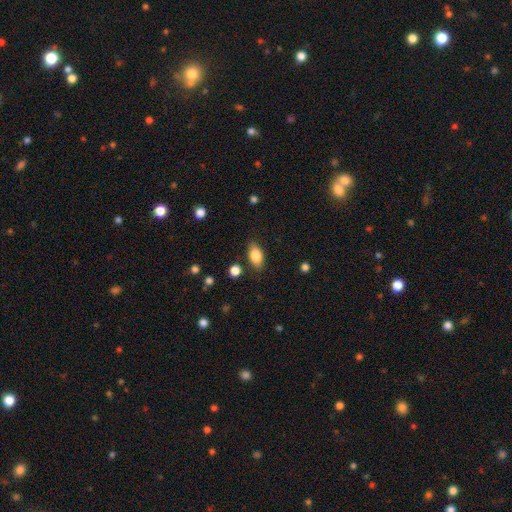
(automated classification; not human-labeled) smooth 82%, featured or disk 10%, star or artifact 8%. Down the decision tree: how rounded — in between (88%); merging — none (83%).